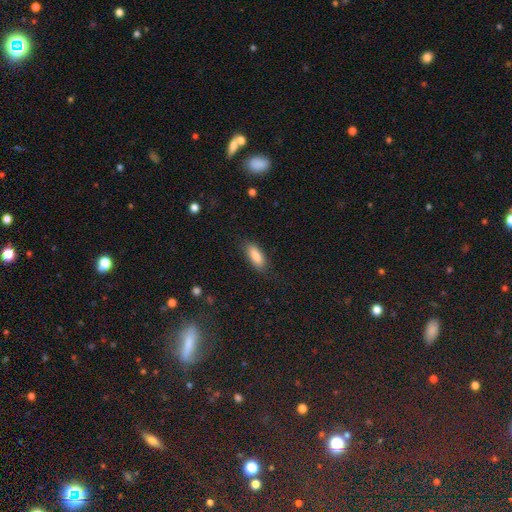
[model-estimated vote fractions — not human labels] smooth 86%, star or artifact 7%, featured or disk 7%. Down the decision tree: how rounded — in between (73%); merging — none (84%).